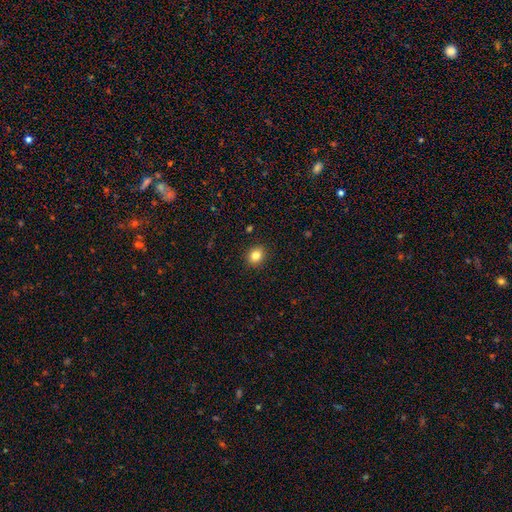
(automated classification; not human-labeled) Morphology: type=smooth (83%); roundness=round (67%); merging=none (90%).